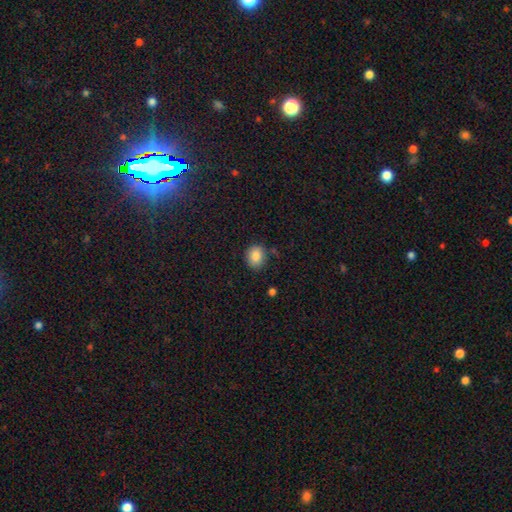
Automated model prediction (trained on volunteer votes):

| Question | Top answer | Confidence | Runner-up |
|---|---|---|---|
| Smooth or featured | smooth | 85% | star or artifact (9%) |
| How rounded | round | 64% | in between (35%) |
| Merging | none | 81% | minor disturbance (13%) |